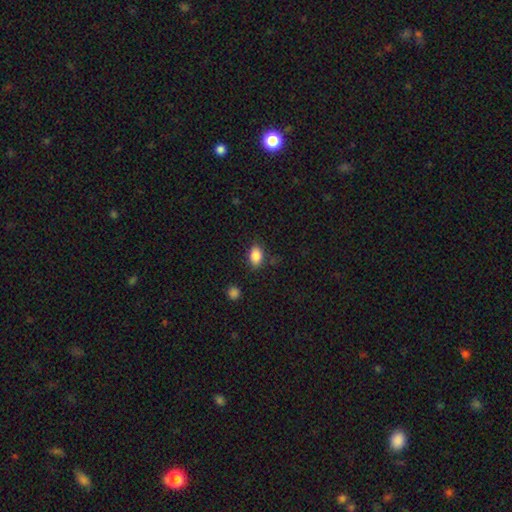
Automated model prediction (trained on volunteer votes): This is clearly a smooth galaxy (86%). How rounded: clearly in between (82%). Merging: clearly none (81%).